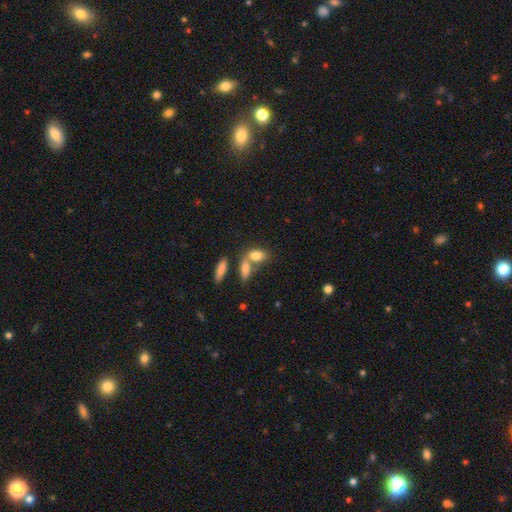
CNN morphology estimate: smooth_or_featured: smooth (p=0.79) [alt: featured or disk p=0.13]
how_rounded: in between (p=0.82) [alt: round p=0.10]
merging: merger (p=0.45) [alt: none p=0.41]